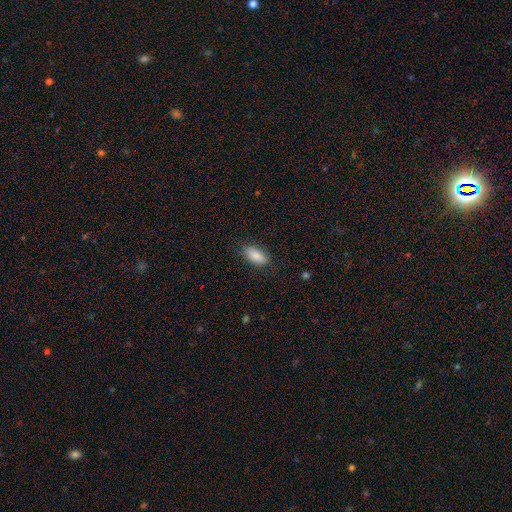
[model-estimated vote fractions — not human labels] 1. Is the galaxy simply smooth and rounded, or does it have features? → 87% smooth, 7% star or artifact, 6% featured or disk.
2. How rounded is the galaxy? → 89% in between, 8% cigar-shaped, 3% round.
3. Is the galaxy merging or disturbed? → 86% none, 11% minor disturbance, 3% major disturbance, 1% merger.